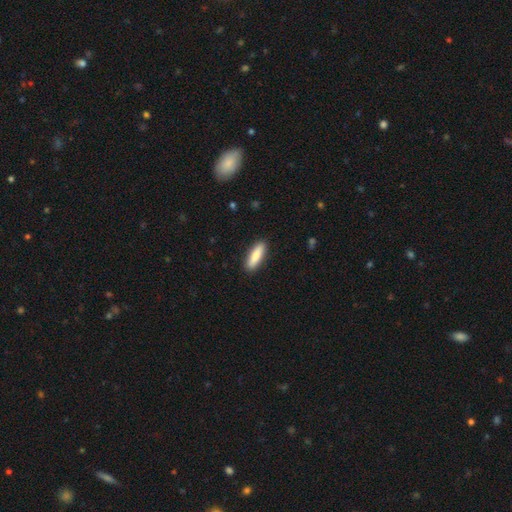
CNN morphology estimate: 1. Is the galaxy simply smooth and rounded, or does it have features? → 82% smooth, 13% featured or disk, 5% star or artifact.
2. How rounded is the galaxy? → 63% cigar-shaped, 36% in between, 2% round.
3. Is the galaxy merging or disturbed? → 90% none, 7% minor disturbance, 2% major disturbance, 1% merger.